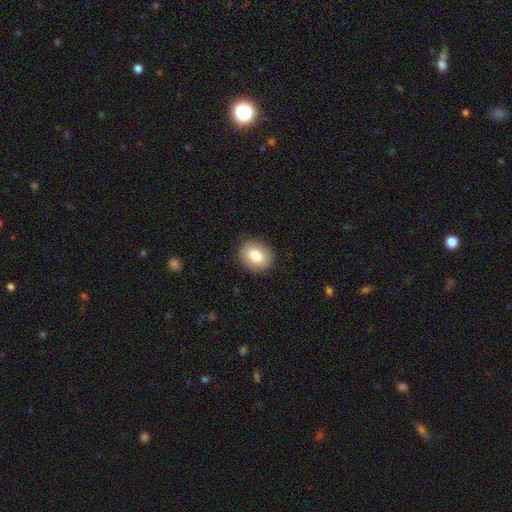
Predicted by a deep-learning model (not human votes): Smooth or featured: smooth — 83% (featured or disk — 10%)
How rounded: round — 50% (in between — 49%)
Merging: none — 88% (minor disturbance — 9%)